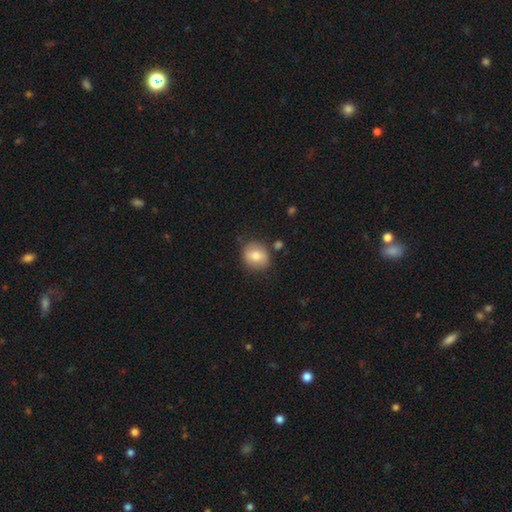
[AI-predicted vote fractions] Overall: smooth (78%). How rounded: round (72%). Merging: none (79%).